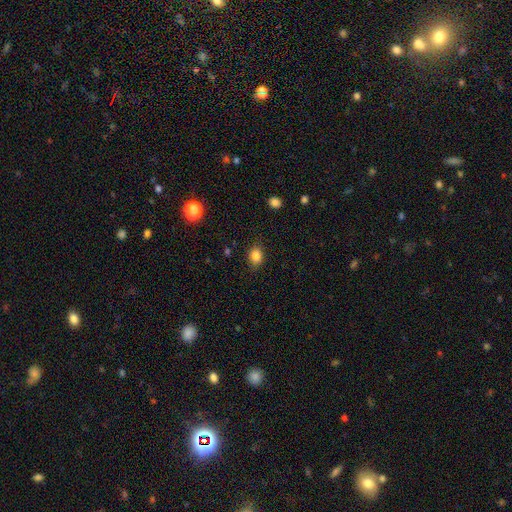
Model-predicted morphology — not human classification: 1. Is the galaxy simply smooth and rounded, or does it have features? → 84% smooth, 11% star or artifact, 5% featured or disk.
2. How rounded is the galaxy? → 53% in between, 46% round, 1% cigar-shaped.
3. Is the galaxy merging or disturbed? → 84% none, 12% minor disturbance, 3% major disturbance, 1% merger.